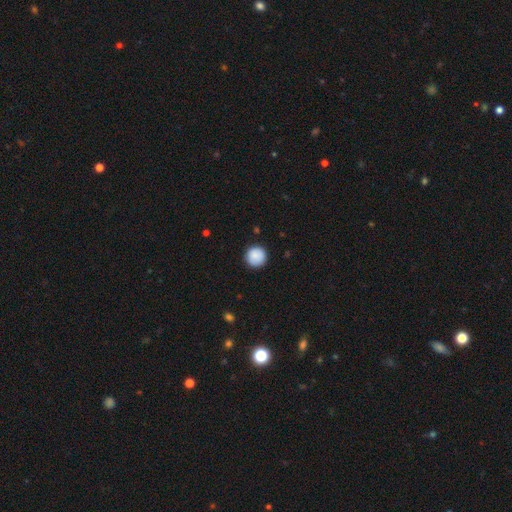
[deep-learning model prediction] Smooth or featured? Predicted: smooth (p=0.89). How rounded? Predicted: round (p=0.96). Merging? Predicted: none (p=0.91).